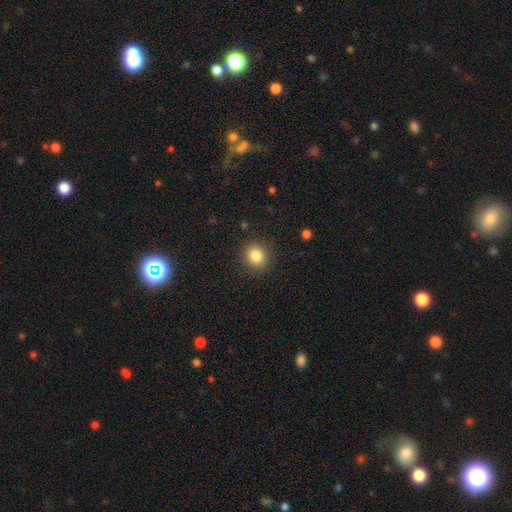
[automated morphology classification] Smooth or featured? Predicted: smooth (p=0.83). How rounded? Predicted: round (p=0.81). Merging? Predicted: none (p=0.89).